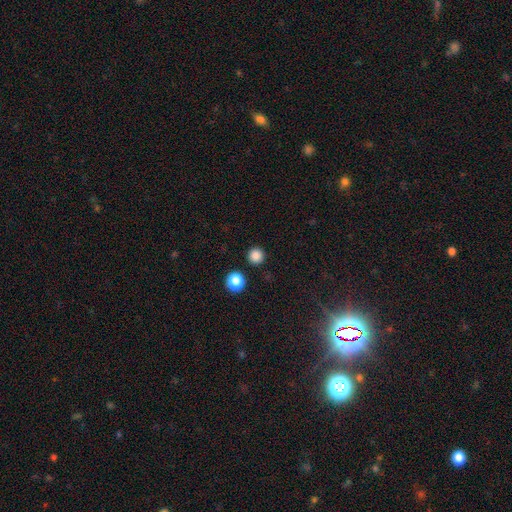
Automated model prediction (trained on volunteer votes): smooth 85%, star or artifact 12%, featured or disk 3%. Down the decision tree: how rounded — round (96%); merging — none (91%).